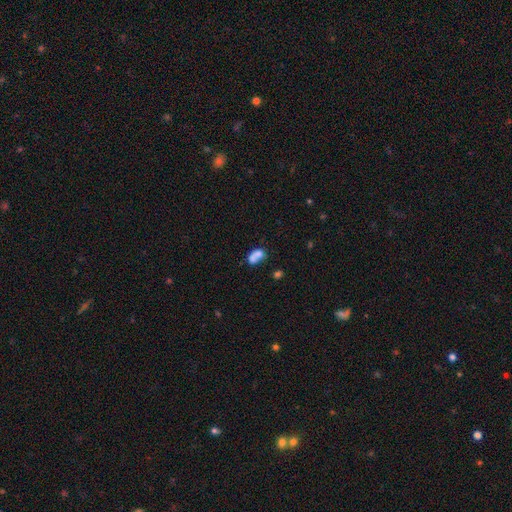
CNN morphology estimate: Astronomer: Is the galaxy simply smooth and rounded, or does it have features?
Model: smooth — 68%.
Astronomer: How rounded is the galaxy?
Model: in between — 77%.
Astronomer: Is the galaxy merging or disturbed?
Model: merger — 50% (runner-up: none, 26%).